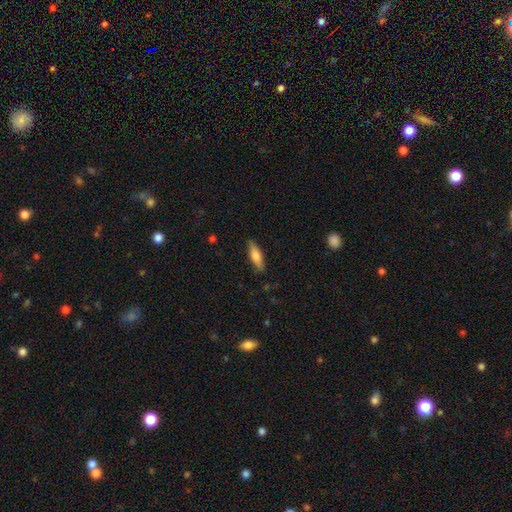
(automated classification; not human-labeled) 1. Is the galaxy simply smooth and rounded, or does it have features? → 72% smooth, 22% featured or disk, 6% star or artifact.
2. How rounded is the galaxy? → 54% cigar-shaped, 44% in between, 2% round.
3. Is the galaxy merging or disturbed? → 84% none, 12% minor disturbance, 2% major disturbance, 1% merger.